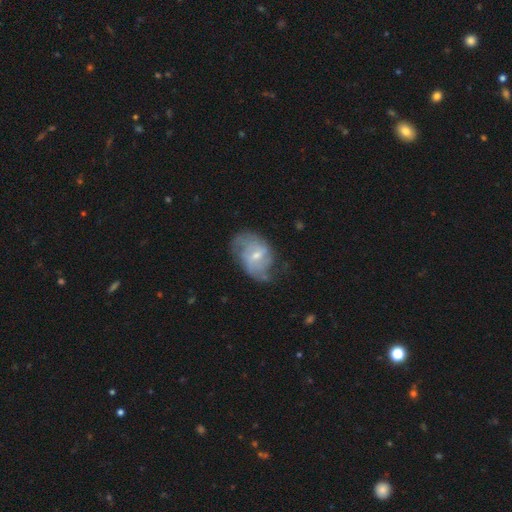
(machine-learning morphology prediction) smooth_or_featured: featured or disk (p=0.71) [alt: smooth p=0.23]
disk_edge_on: no (p=0.97) [alt: yes p=0.03]
bar: weak (p=0.58) [alt: no p=0.28]
has_spiral_arms: yes (p=0.84) [alt: no p=0.16]
spiral_winding: medium (p=0.42) [alt: loose p=0.35]
spiral_arm_count: 2 (p=0.58) [alt: can't tell p=0.24]
bulge_size: small (p=0.54) [alt: moderate p=0.40]
merging: none (p=0.52) [alt: minor disturbance p=0.29]